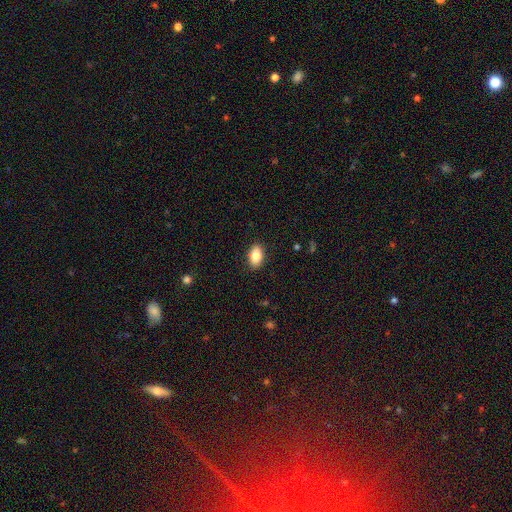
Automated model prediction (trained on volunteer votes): smooth-or-featured: smooth: 83% | featured or disk: 9% | star or artifact: 7%
  how-rounded: in between: 91% | round: 7% | cigar-shaped: 2%
  merging: none: 89% | minor disturbance: 8% | major disturbance: 2% | merger: 1%